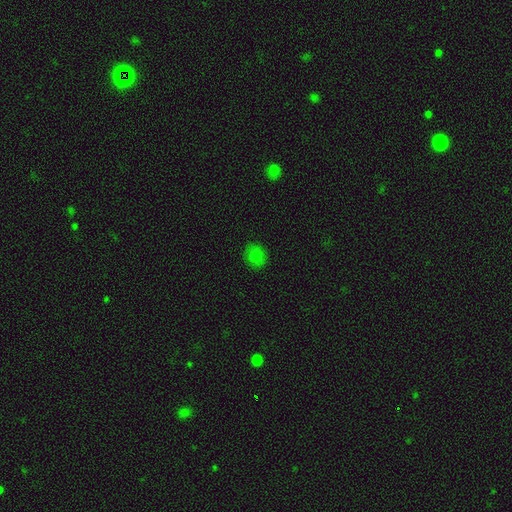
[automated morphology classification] A smooth galaxy with no disk features (81%) that is round (75%).

Vote fractions:
- Smooth or featured? smooth: 81% / star or artifact: 14% / featured or disk: 5%
- How rounded? round: 75% / in between: 24% / cigar-shaped: 1%
- Merging? none: 85% / minor disturbance: 11% / major disturbance: 3% / merger: 1%